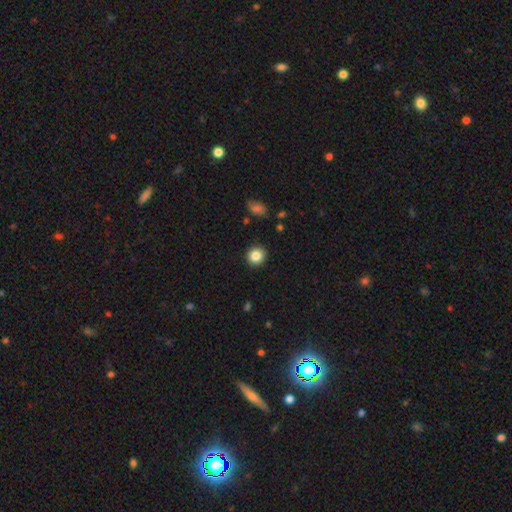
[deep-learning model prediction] Overall: smooth (85%). How rounded: round (90%). Merging: none (92%).